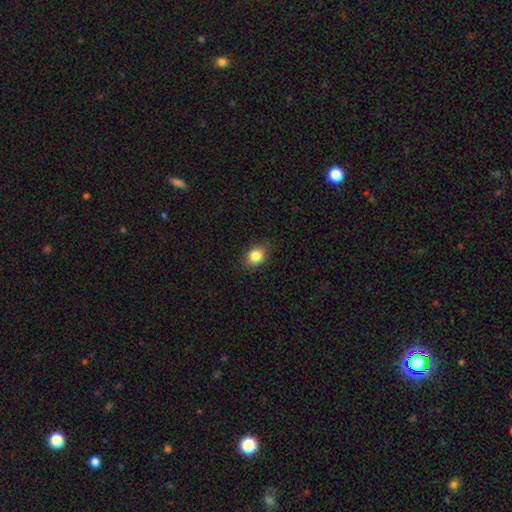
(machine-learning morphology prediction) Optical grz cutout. It shows a smooth galaxy with no disk features (85%) that is in between round and cigar-shaped (59%). Merging: none (84%).